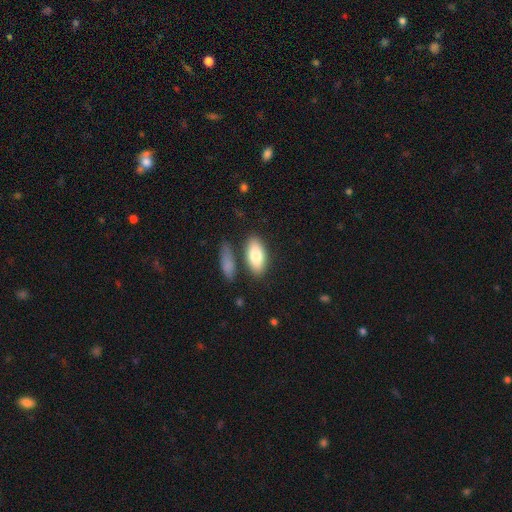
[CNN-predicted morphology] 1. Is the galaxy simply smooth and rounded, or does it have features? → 80% smooth, 14% featured or disk, 6% star or artifact.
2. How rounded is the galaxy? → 88% in between, 9% cigar-shaped, 3% round.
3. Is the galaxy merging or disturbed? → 75% none, 12% minor disturbance, 9% merger, 3% major disturbance.